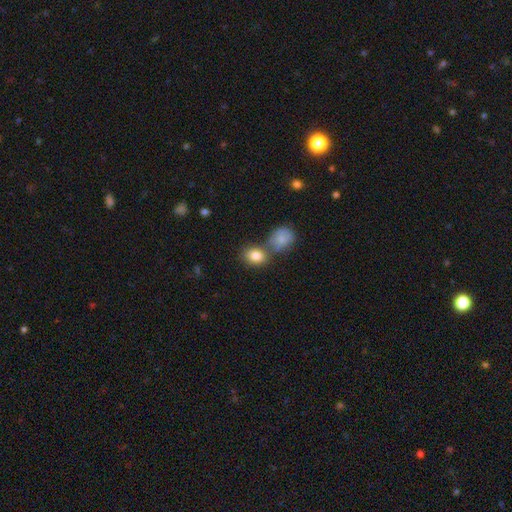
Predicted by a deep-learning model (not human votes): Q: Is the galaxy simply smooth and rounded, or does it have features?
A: smooth — 83%.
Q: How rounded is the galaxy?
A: in between — 59%.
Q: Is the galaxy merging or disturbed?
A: none — 53%.